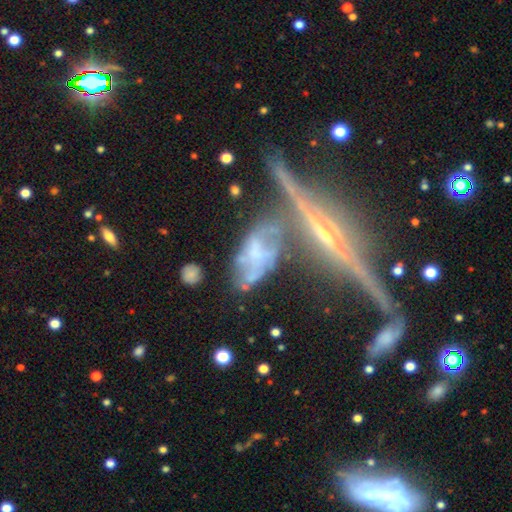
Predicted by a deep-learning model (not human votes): smooth_or_featured: featured or disk (p=0.67) [alt: smooth p=0.21]
disk_edge_on: no (p=0.58) [alt: yes p=0.42]
merging: none (p=0.32) [alt: major disturbance p=0.24]